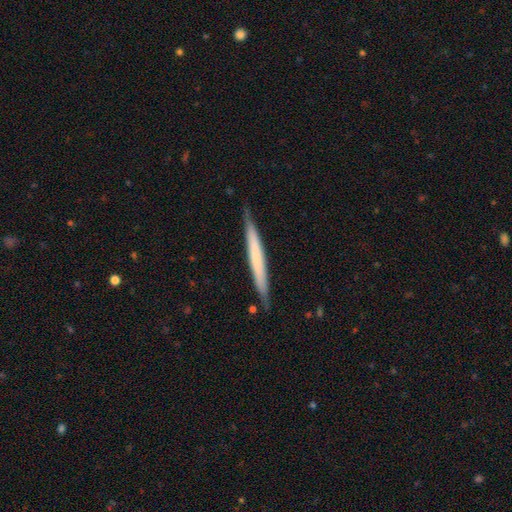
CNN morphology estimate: Smooth or featured?
  - smooth: 54% *
  - featured or disk: 41%
  - star or artifact: 5%
How rounded?
  - cigar-shaped: 97% *
  - in between: 2%
  - round: 1%
Merging?
  - none: 86% *
  - minor disturbance: 11%
  - major disturbance: 2%
  - merger: 1%